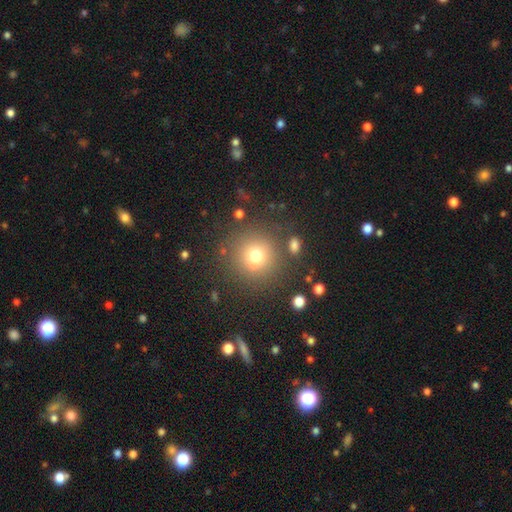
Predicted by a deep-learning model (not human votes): smooth-or-featured: smooth: 69% | star or artifact: 17% | featured or disk: 14%
  how-rounded: round: 92% | in between: 8% | cigar-shaped: 1%
  merging: none: 71% | merger: 13% | minor disturbance: 10% | major disturbance: 5%